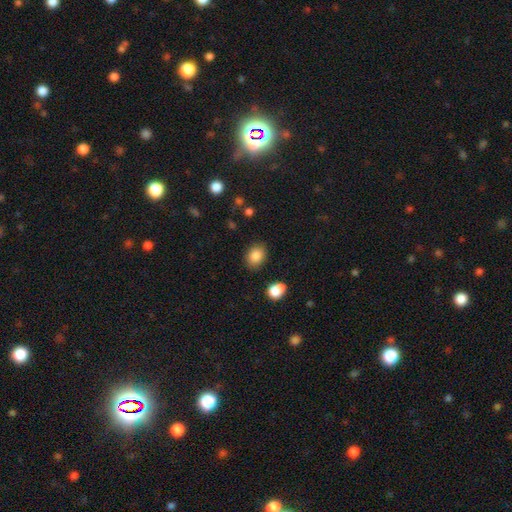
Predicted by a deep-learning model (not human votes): A smooth galaxy with no disk features (85%) that is in between round and cigar-shaped (66%). Merging: none (84%).